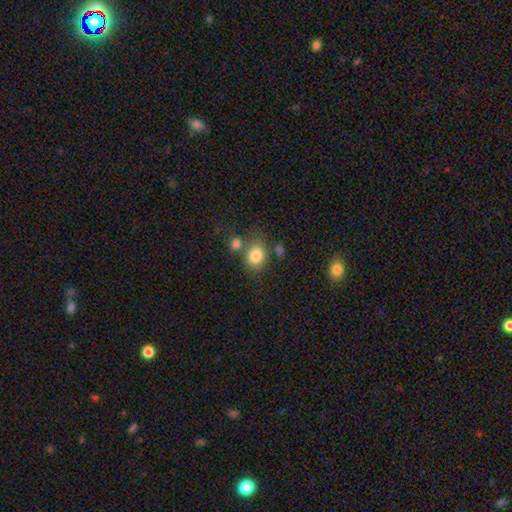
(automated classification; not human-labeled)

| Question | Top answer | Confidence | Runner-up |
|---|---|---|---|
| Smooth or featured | smooth | 82% | star or artifact (10%) |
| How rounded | round | 52% | in between (47%) |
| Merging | none | 62% | merger (18%) |